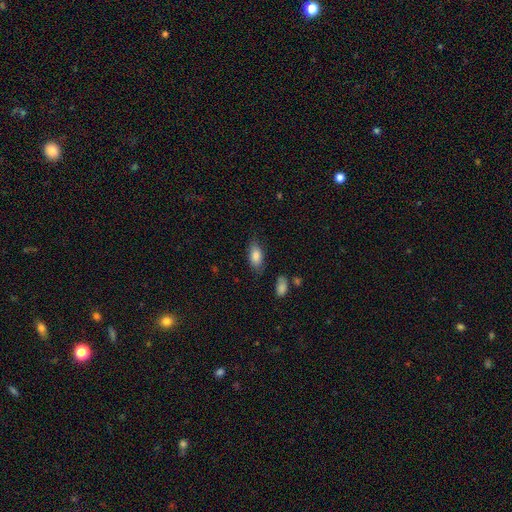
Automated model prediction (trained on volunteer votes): The model was most divided on "merging": none: 75%, minor disturbance: 18%, major disturbance: 5%, merger: 2%. More confident: how rounded — in between (89%); smooth or featured — smooth (84%).